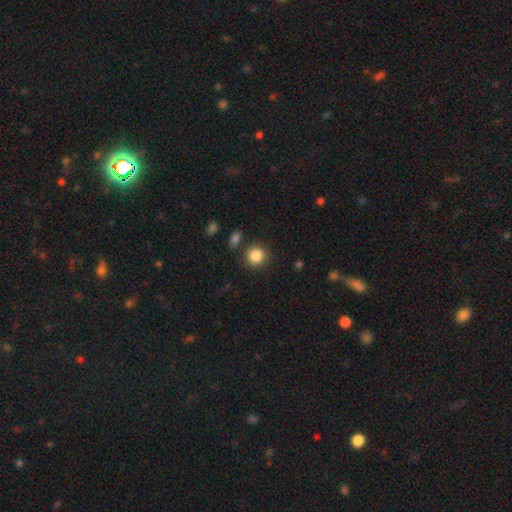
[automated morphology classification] smooth-or-featured: smooth: 85% | star or artifact: 10% | featured or disk: 5%
  how-rounded: round: 90% | in between: 9% | cigar-shaped: 1%
  merging: none: 85% | minor disturbance: 8% | merger: 4% | major disturbance: 3%